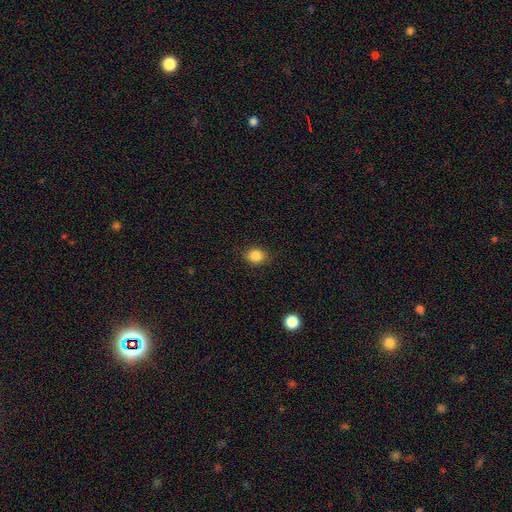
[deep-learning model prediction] A smooth galaxy with no disk features (86%) that is round (56%). Merging: none (87%).